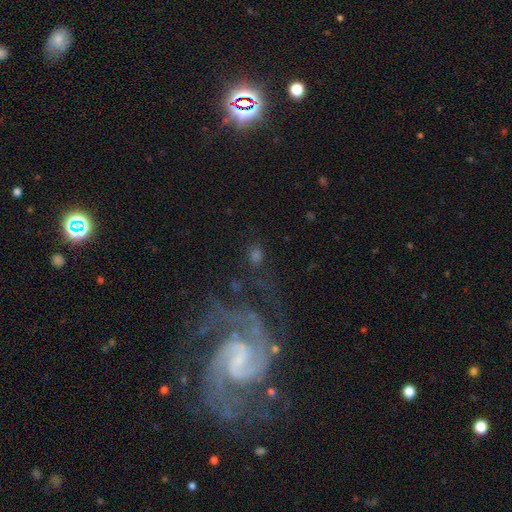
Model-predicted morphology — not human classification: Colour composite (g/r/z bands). It shows a featured or disk galaxy (54%) with no bar (47%), spiral arms (78%) and a small central bulge (46%). Merging: none (60%).